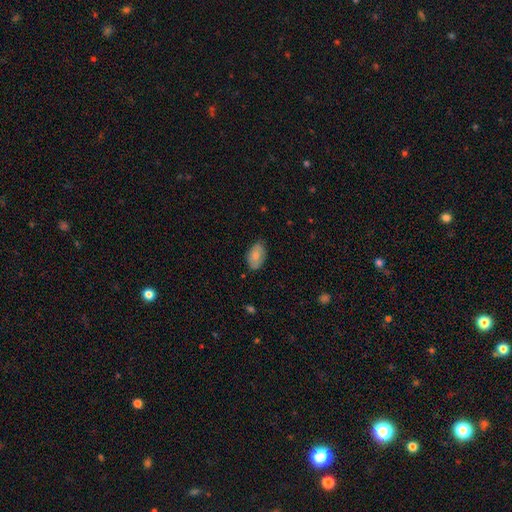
This appears to be a smooth galaxy with no disk features (84%) that is in between round and cigar-shaped (94%). Merging: none (81%).